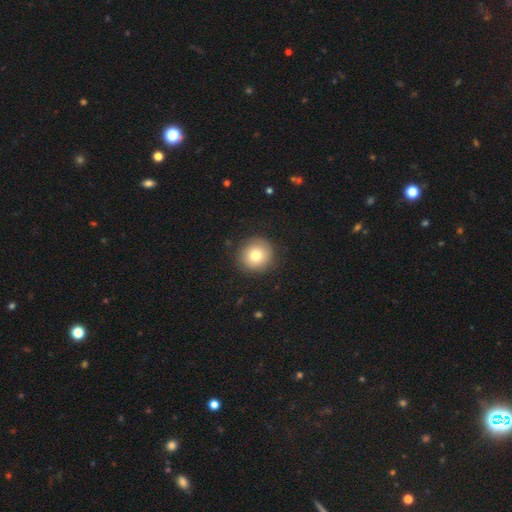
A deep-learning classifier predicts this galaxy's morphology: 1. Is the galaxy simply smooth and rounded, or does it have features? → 78% smooth, 12% featured or disk, 10% star or artifact.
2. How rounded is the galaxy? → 94% round, 5% in between, 1% cigar-shaped.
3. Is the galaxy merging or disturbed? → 90% none, 7% minor disturbance, 2% major disturbance, 1% merger.